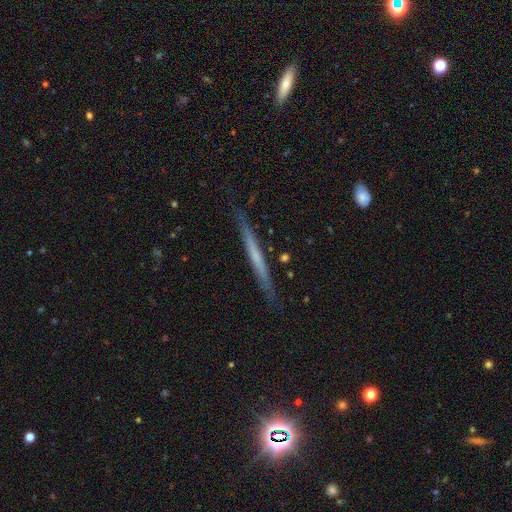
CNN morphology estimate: Smooth or featured? featured or disk (52%)
Edge-on disk? yes (96%)
Merging? none (86%)